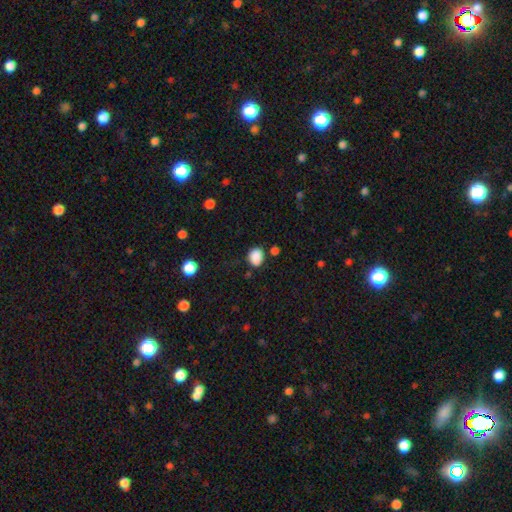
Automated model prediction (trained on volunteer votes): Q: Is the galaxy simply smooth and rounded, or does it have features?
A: smooth — 86%.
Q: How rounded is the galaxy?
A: in between — 52%.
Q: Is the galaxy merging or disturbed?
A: none — 72%.